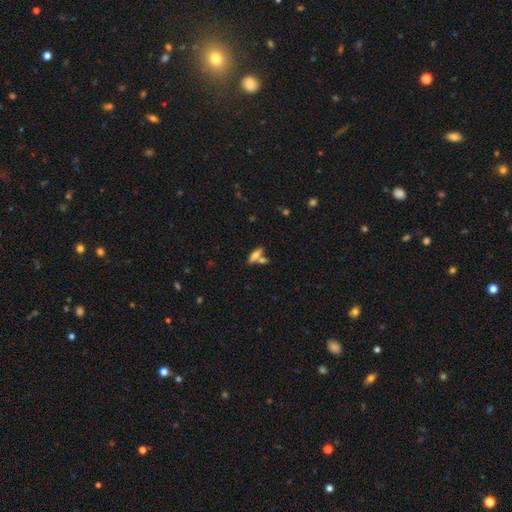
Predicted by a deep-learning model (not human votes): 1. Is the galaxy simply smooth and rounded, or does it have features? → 65% smooth, 26% featured or disk, 10% star or artifact.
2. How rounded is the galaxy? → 53% in between, 43% cigar-shaped, 4% round.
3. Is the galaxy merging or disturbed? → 51% none, 34% merger, 10% minor disturbance, 4% major disturbance.